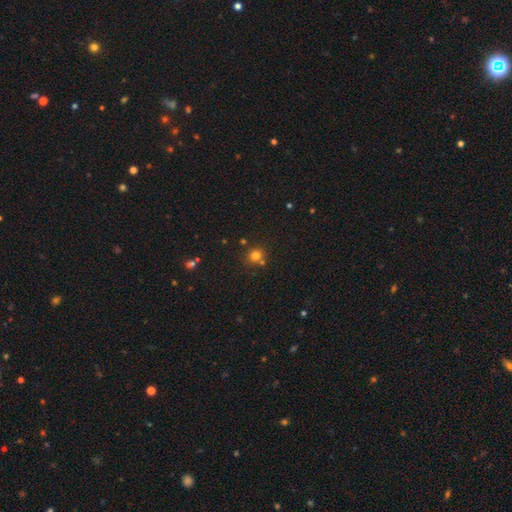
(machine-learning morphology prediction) smooth 76%, star or artifact 17%, featured or disk 7%. Down the decision tree: how rounded — round (86%); merging — none (71%).